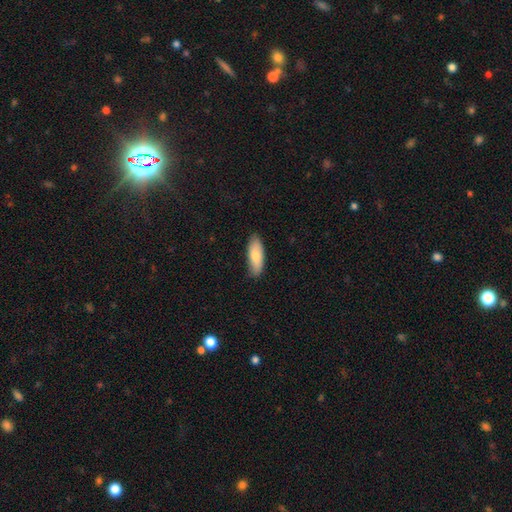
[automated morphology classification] smooth-or-featured: smooth: 80% | featured or disk: 15% | star or artifact: 6%
  how-rounded: in between: 68% | cigar-shaped: 30% | round: 2%
  merging: none: 84% | minor disturbance: 13% | major disturbance: 2% | merger: 1%